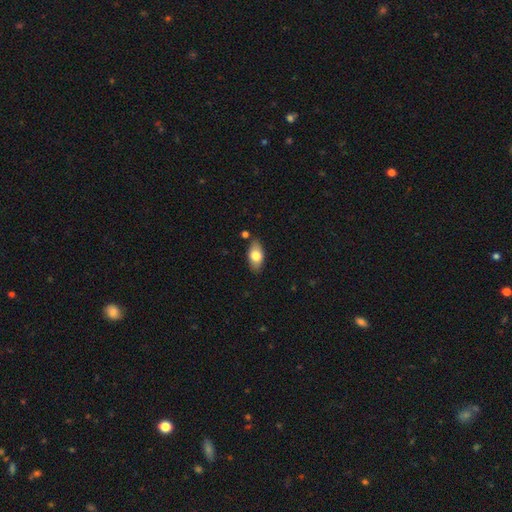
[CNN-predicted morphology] Smooth or featured? smooth (77%)
How rounded? in between (90%)
Merging? none (82%)